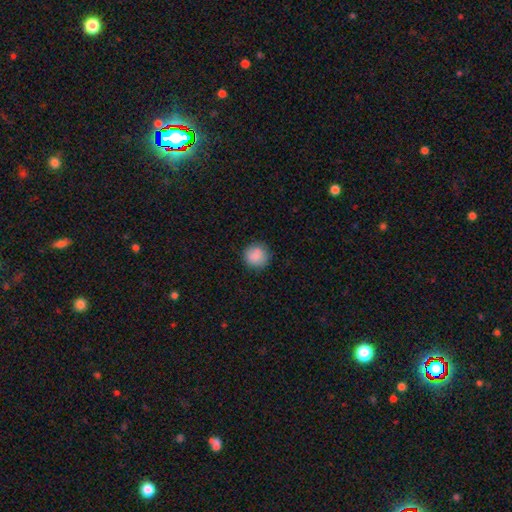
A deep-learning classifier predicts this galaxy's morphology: Overall: smooth (88%). How rounded: round (93%). Merging: none (87%).